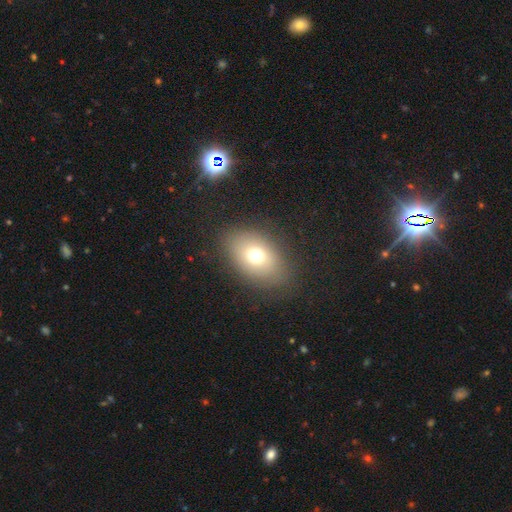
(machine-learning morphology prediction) Smooth or featured?
  - smooth: 71% *
  - featured or disk: 16%
  - star or artifact: 13%
How rounded?
  - in between: 74% *
  - round: 25%
  - cigar-shaped: 1%
Merging?
  - none: 82% *
  - minor disturbance: 11%
  - major disturbance: 6%
  - merger: 1%